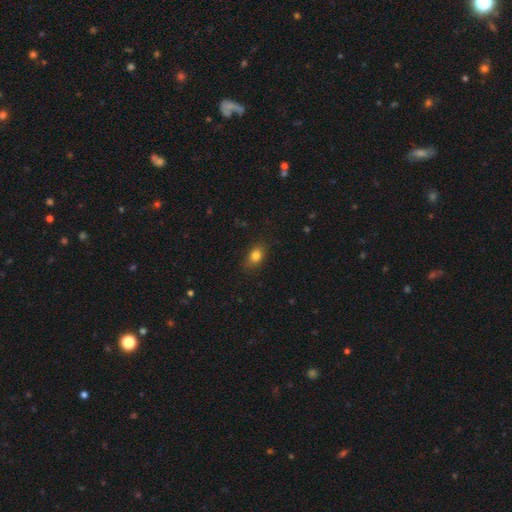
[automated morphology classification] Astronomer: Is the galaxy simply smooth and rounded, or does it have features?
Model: smooth — 81%.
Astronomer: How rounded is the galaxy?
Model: in between — 70%.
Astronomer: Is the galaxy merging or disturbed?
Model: none — 82%.